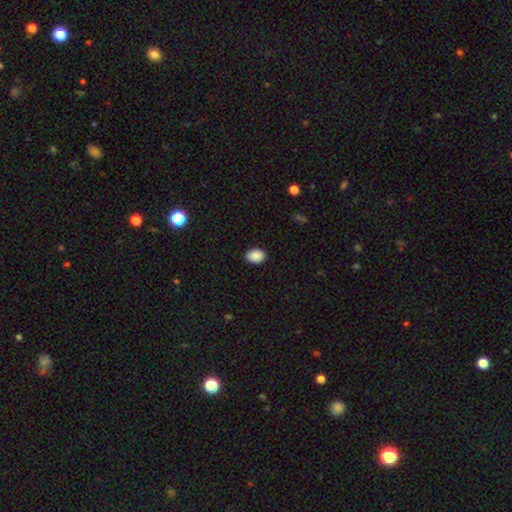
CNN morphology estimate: Overall: smooth (90%). How rounded: in between (73%). Merging: none (88%).